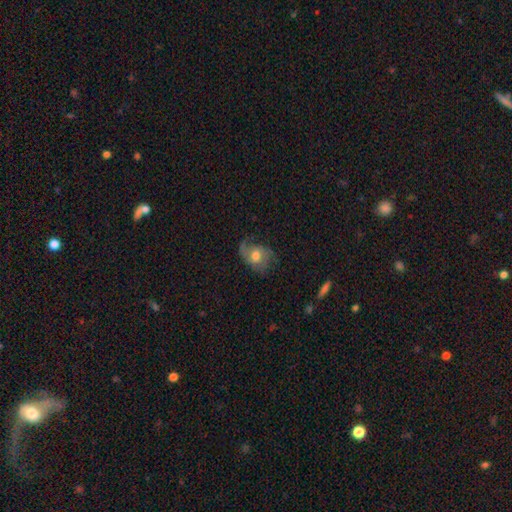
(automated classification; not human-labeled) Smooth or featured: featured or disk — 61% (smooth — 32%)
Edge-on disk: no — 96% (yes — 4%)
Bar: no — 72% (weak — 24%)
Spiral arms: yes — 84% (no — 16%)
Bulge size: moderate — 71% (small — 14%)
Merging: none — 53% (minor disturbance — 25%)